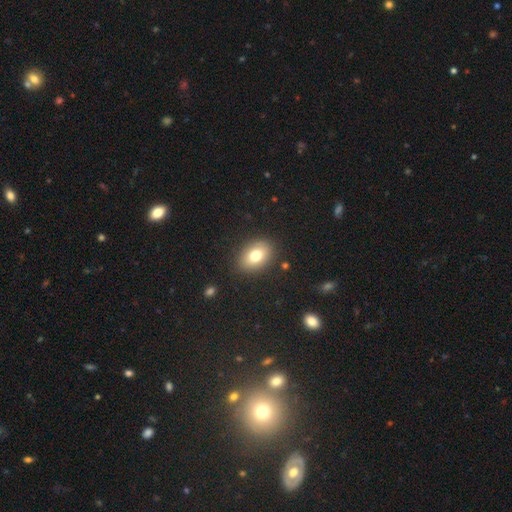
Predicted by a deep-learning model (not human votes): Q: Smooth or featured?
A: smooth (77%); runner-up: featured or disk (14%)
Q: How rounded?
A: in between (76%); runner-up: round (23%)
Q: Merging?
A: none (87%); runner-up: minor disturbance (9%)